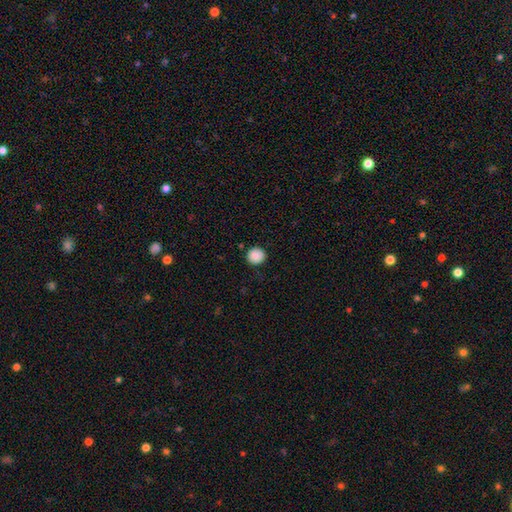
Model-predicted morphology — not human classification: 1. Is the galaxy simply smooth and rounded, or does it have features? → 89% smooth, 9% star or artifact, 3% featured or disk.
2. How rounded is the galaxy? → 91% round, 8% in between, 1% cigar-shaped.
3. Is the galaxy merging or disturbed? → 88% none, 8% minor disturbance, 2% major disturbance, 1% merger.